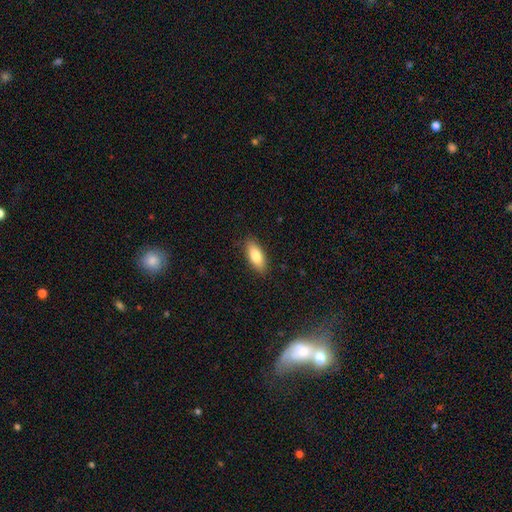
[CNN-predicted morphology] smooth 82%, featured or disk 12%, star or artifact 6%. Down the decision tree: how rounded — in between (81%); merging — none (87%).